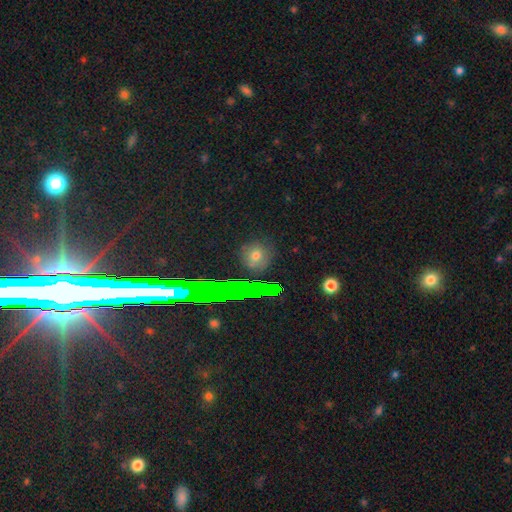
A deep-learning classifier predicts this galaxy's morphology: smooth-or-featured: smooth: 57% | star or artifact: 29% | featured or disk: 14%
  how-rounded: round: 88% | in between: 10% | cigar-shaped: 2%
  merging: none: 85% | minor disturbance: 10% | major disturbance: 3% | merger: 3%